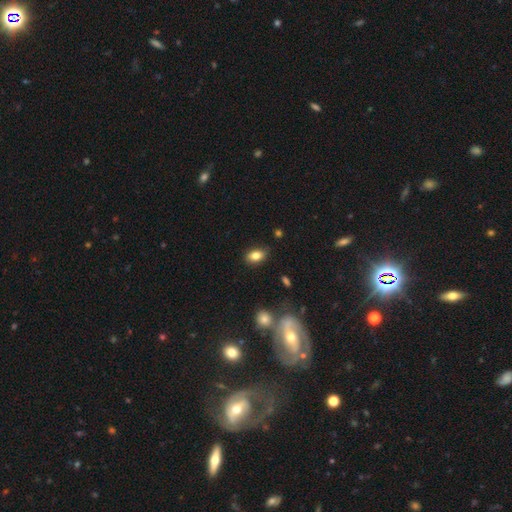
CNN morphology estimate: Overall: smooth (83%). How rounded: in between (85%). Merging: none (81%).